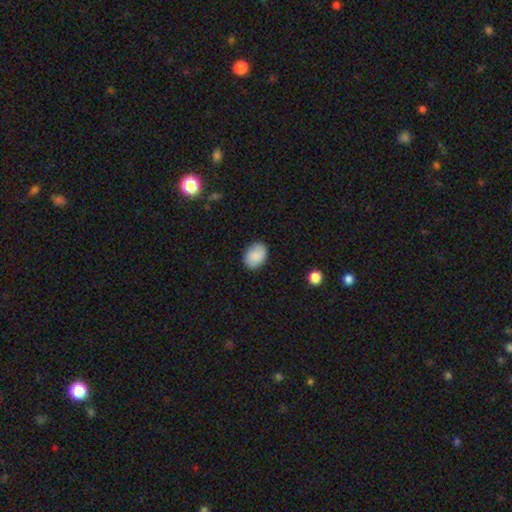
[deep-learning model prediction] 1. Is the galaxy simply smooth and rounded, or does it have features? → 89% smooth, 7% star or artifact, 5% featured or disk.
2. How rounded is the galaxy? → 73% in between, 26% round, 1% cigar-shaped.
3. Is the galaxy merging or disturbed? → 86% none, 11% minor disturbance, 2% major disturbance, 1% merger.